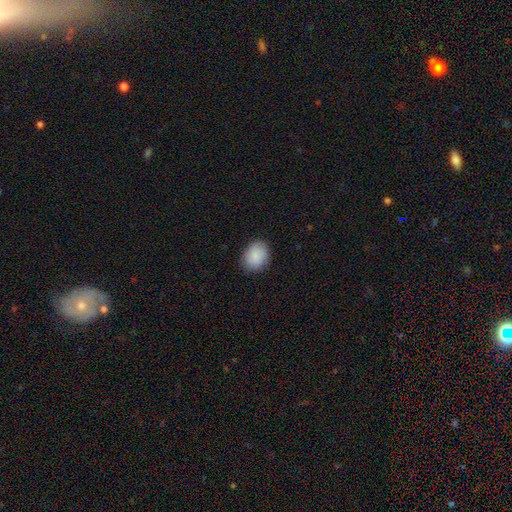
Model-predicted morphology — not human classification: Smooth or featured: smooth — 89% (star or artifact — 7%)
How rounded: in between — 52% (round — 47%)
Merging: none — 84% (minor disturbance — 12%)